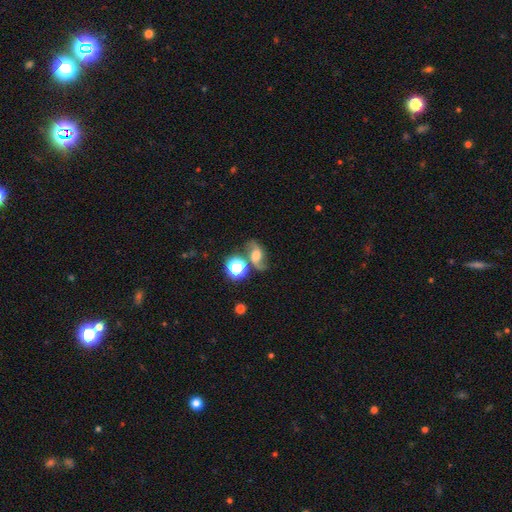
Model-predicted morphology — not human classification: This is likely a featured or disk galaxy (60%). It is clearly not viewed edge-on (95%). Bar: possibly no (51%). Spiral arm pattern: clearly yes (90%). Spiral arm count: clearly 2 (89%). Spiral winding: likely loose (67%). Central bulge: marginally moderate (40%). Merging: possibly none (58%).